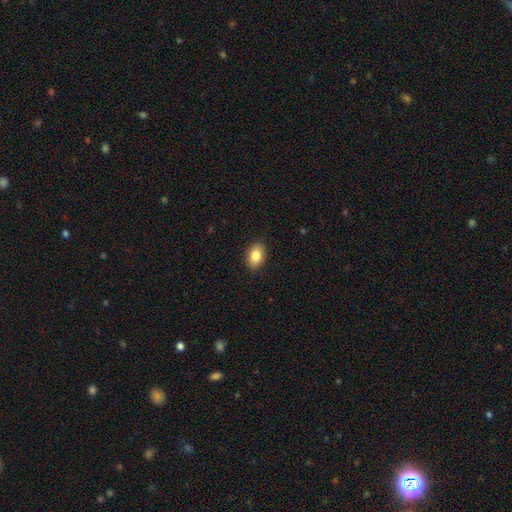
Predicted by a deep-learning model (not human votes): A smooth galaxy with no disk features (85%) that is in between round and cigar-shaped (85%).

Vote fractions:
- Smooth or featured? smooth: 85% / star or artifact: 8% / featured or disk: 7%
- How rounded? in between: 85% / round: 14% / cigar-shaped: 1%
- Merging? none: 90% / minor disturbance: 8% / major disturbance: 2% / merger: 1%